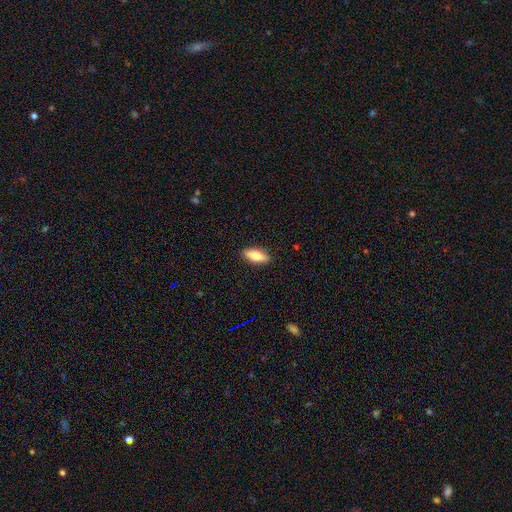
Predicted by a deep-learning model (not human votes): Smooth or featured?
  - smooth: 70% *
  - featured or disk: 24%
  - star or artifact: 6%
How rounded?
  - in between: 69% *
  - cigar-shaped: 28%
  - round: 3%
Merging?
  - none: 89% *
  - minor disturbance: 9%
  - major disturbance: 2%
  - merger: 1%